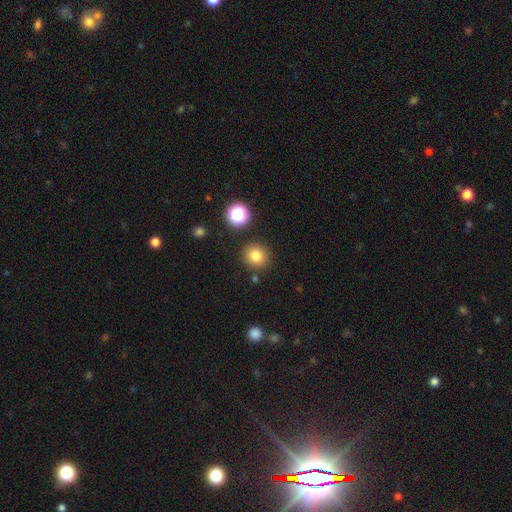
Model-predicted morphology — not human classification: Q: Smooth or featured?
A: smooth (81%); runner-up: star or artifact (13%)
Q: How rounded?
A: round (90%); runner-up: in between (9%)
Q: Merging?
A: none (86%); runner-up: minor disturbance (8%)